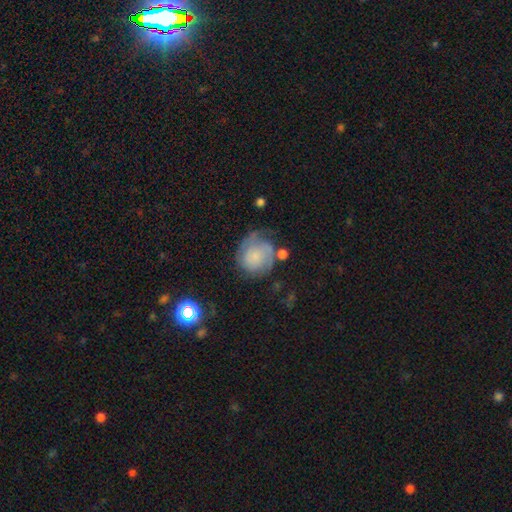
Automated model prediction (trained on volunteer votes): A featured or disk galaxy (52%) with no bar (78%), spiral arms (84%) and a small central bulge (44%).

Vote fractions:
- Smooth or featured? featured or disk: 52% / smooth: 39% / star or artifact: 9%
- Edge-on disk? no: 98% / yes: 2%
- Bar? no: 78% / weak: 18% / strong: 3%
- Spiral arms? yes: 84% / no: 16%
- Bulge size? small: 44% / none: 30% / moderate: 16% / large: 7% / dominant: 3%
- Merging? none: 49% / minor disturbance: 25% / major disturbance: 18% / merger: 7%